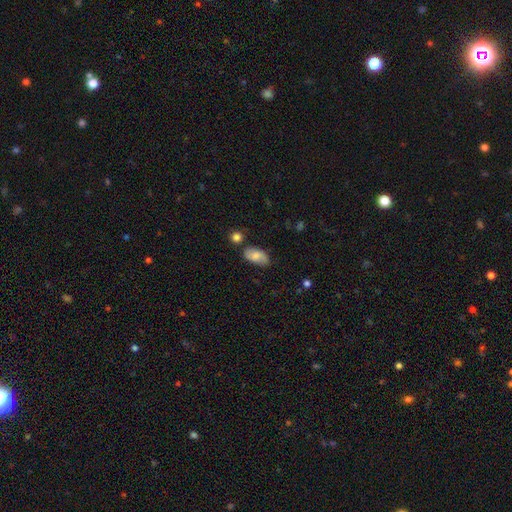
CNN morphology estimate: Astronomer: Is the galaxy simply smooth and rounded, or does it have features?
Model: smooth — 72%.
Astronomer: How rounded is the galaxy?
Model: in between — 92%.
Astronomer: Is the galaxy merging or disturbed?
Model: none — 73%.